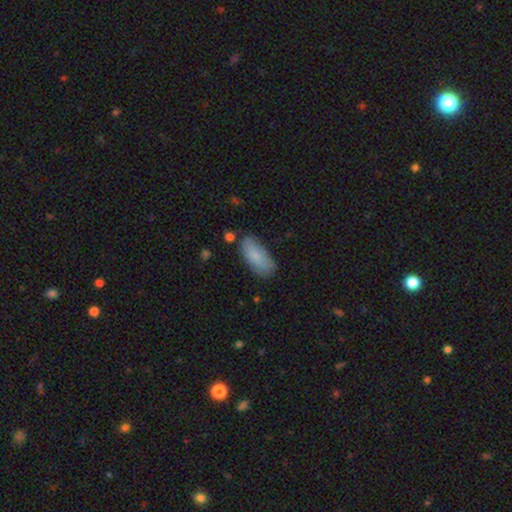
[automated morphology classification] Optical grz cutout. It shows a smooth galaxy with no disk features (83%) that is in between round and cigar-shaped (87%). Merging: none (71%).